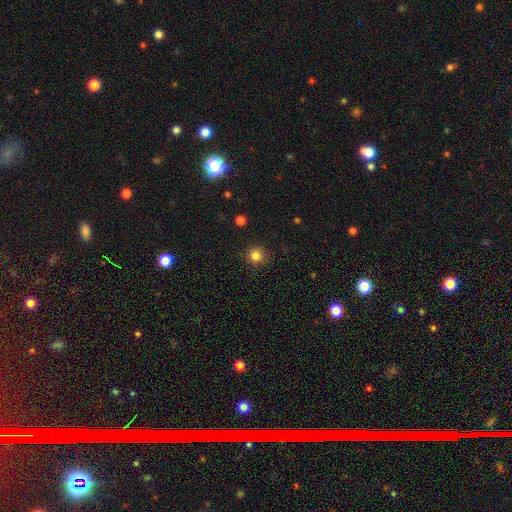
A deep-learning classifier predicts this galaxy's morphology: The model was most divided on "smooth or featured": smooth: 83%, star or artifact: 13%, featured or disk: 5%. More confident: how rounded — round (94%); merging — none (90%).